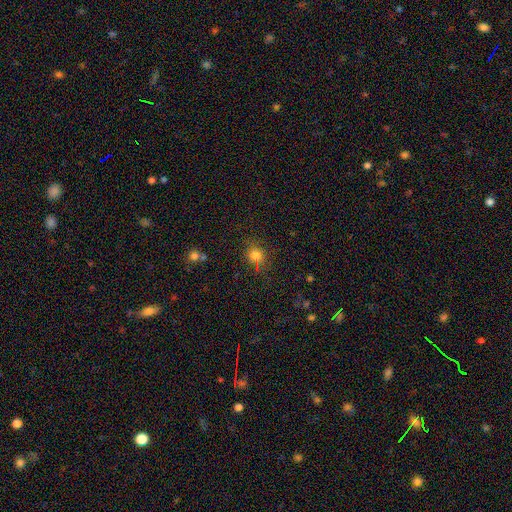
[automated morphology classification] This is likely a smooth galaxy (76%). How rounded: likely round (77%). Merging: likely none (75%).